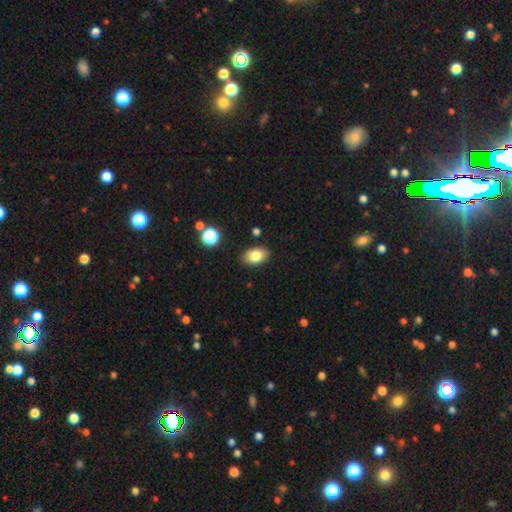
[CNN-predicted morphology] Smooth or featured? Predicted: smooth (p=0.81). How rounded? Predicted: in between (p=0.86). Merging? Predicted: none (p=0.85).